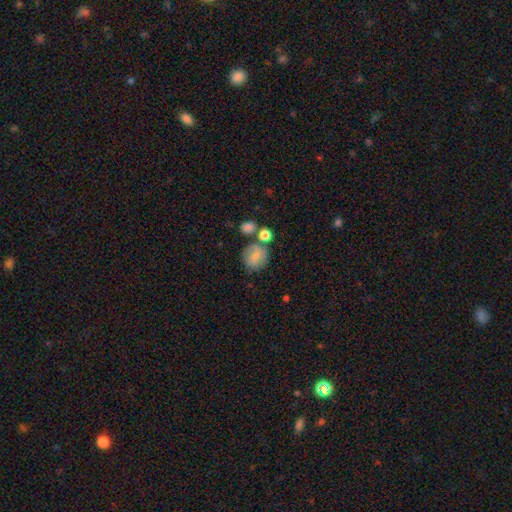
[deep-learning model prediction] This is likely a smooth galaxy (73%). How rounded: likely round (78%). Merging: possibly none (59%).